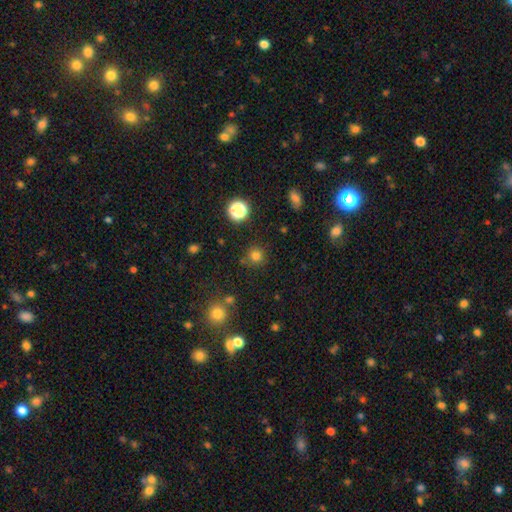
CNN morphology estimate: Smooth or featured: smooth — 76% (star or artifact — 19%)
How rounded: round — 92% (in between — 7%)
Merging: none — 84% (minor disturbance — 9%)